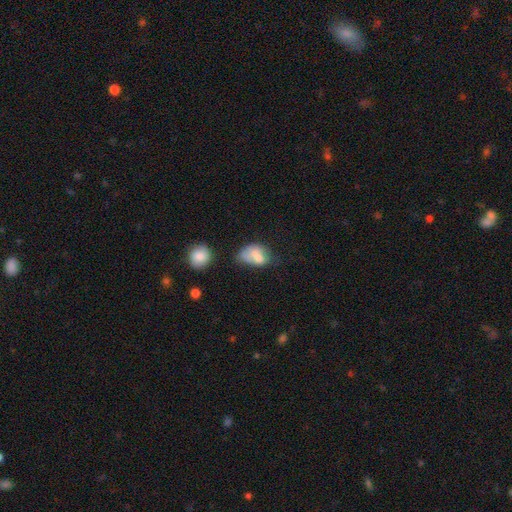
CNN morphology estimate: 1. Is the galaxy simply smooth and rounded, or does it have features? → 67% smooth, 23% featured or disk, 10% star or artifact.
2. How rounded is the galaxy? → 78% in between, 20% round, 1% cigar-shaped.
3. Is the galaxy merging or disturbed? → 27% minor disturbance, 24% none, 24% merger, 24% major disturbance.